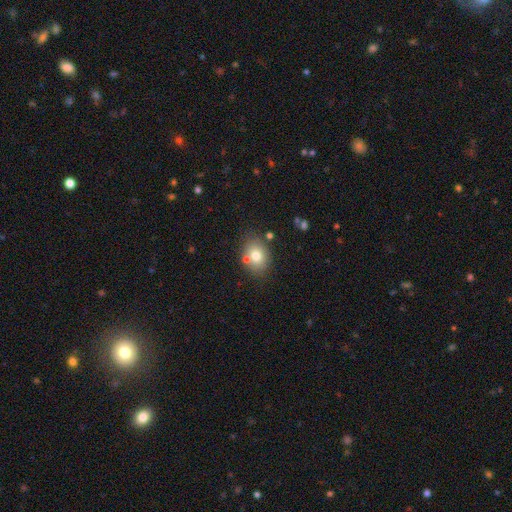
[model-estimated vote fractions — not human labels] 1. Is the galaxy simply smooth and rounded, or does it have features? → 75% smooth, 14% featured or disk, 10% star or artifact.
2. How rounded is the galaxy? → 66% in between, 33% round, 1% cigar-shaped.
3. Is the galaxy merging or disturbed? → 73% none, 13% minor disturbance, 11% merger, 4% major disturbance.